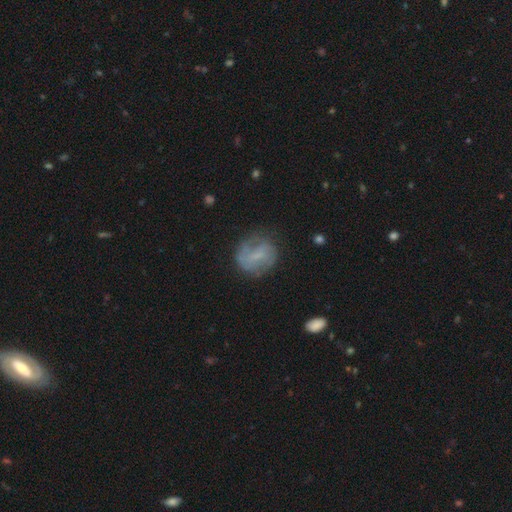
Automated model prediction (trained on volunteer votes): Smooth or featured? Predicted: featured or disk (p=0.48). Merging? Predicted: none (p=0.63).